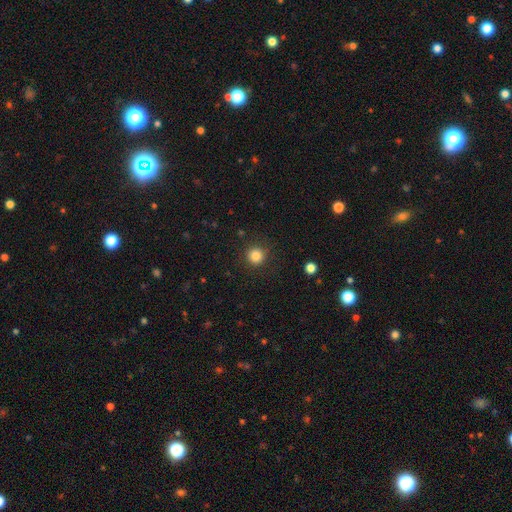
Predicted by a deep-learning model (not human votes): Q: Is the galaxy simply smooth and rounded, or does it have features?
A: smooth — 84%.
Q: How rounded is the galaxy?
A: round — 95%.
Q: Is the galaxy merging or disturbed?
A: none — 90%.